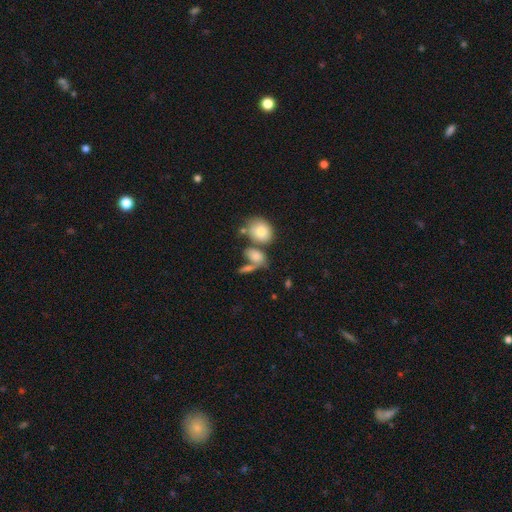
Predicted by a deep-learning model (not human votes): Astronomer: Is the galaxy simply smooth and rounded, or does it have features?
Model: smooth — 61%.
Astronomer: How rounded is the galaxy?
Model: in between — 57% (runner-up: round, 38%).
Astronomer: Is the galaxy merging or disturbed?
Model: none — 42% (runner-up: merger, 36%).